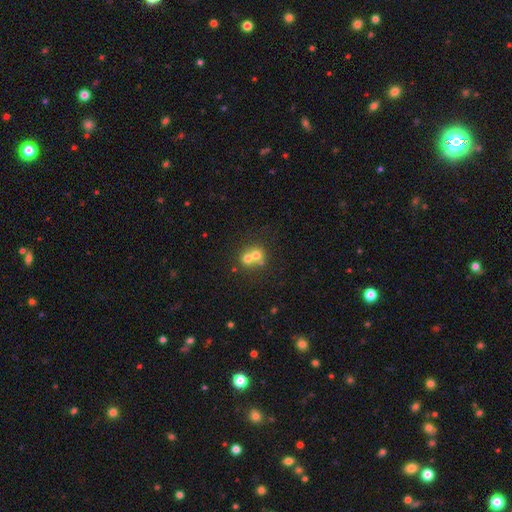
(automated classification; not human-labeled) smooth_or_featured: smooth (p=0.62) [alt: featured or disk p=0.24]
how_rounded: round (p=0.82) [alt: in between p=0.17]
merging: merger (p=0.60) [alt: none p=0.32]